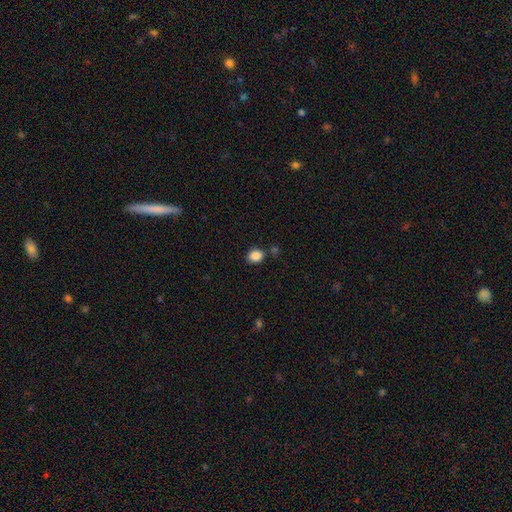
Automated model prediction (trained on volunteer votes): Q: Smooth or featured?
A: smooth (86%); runner-up: star or artifact (10%)
Q: How rounded?
A: round (52%); runner-up: in between (47%)
Q: Merging?
A: none (79%); runner-up: minor disturbance (12%)